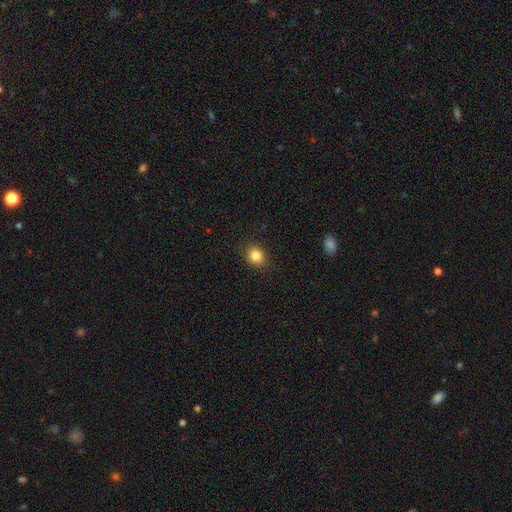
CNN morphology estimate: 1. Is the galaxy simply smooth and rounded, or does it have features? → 84% smooth, 11% star or artifact, 5% featured or disk.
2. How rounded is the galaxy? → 67% round, 32% in between, 1% cigar-shaped.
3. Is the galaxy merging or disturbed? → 88% none, 8% minor disturbance, 2% major disturbance, 1% merger.